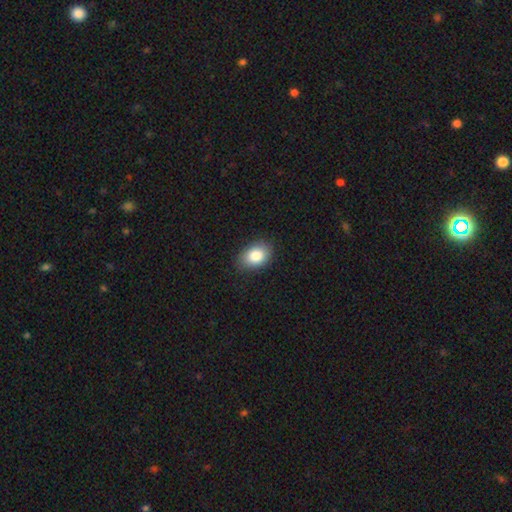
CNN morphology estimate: Overall: smooth (84%). How rounded: in between (79%). Merging: none (83%).